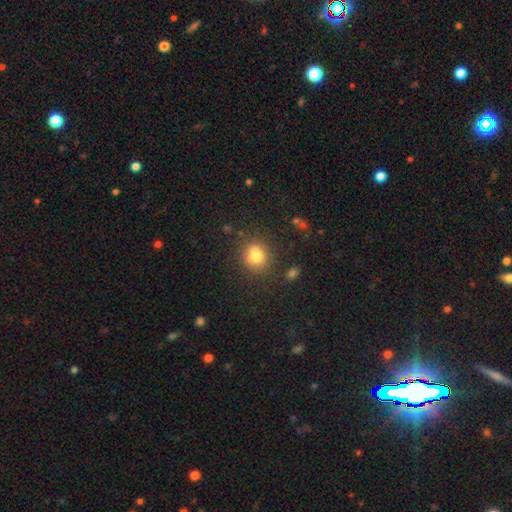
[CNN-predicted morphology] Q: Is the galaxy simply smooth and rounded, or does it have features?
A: smooth — 74%.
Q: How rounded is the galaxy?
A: round — 76%.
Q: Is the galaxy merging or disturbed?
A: none — 63%.